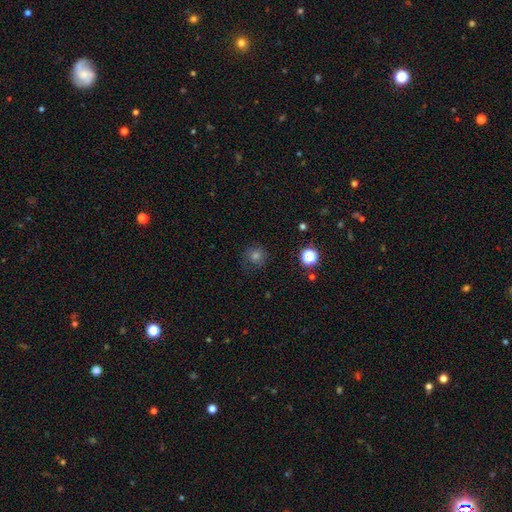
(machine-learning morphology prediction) The model was most divided on "smooth or featured": smooth: 61%, star or artifact: 23%, featured or disk: 15%. More confident: how rounded — round (91%); merging — none (76%).